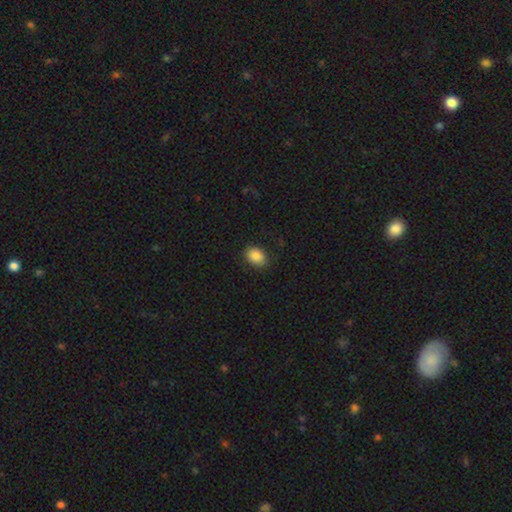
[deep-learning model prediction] smooth_or_featured: smooth (p=0.87) [alt: star or artifact p=0.08]
how_rounded: in between (p=0.67) [alt: round p=0.33]
merging: none (p=0.85) [alt: minor disturbance p=0.12]